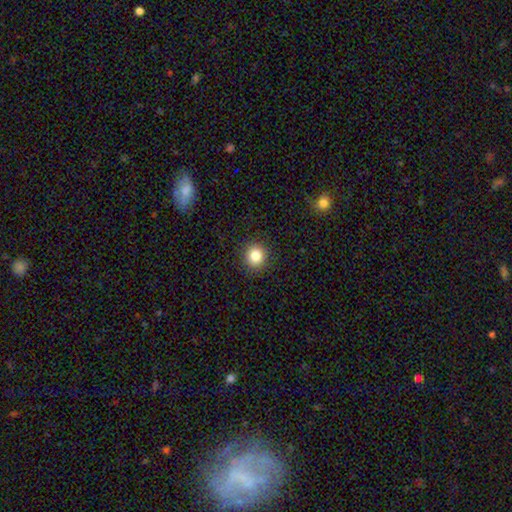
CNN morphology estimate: type=smooth (84%); roundness=round (90%); merging=none (92%).